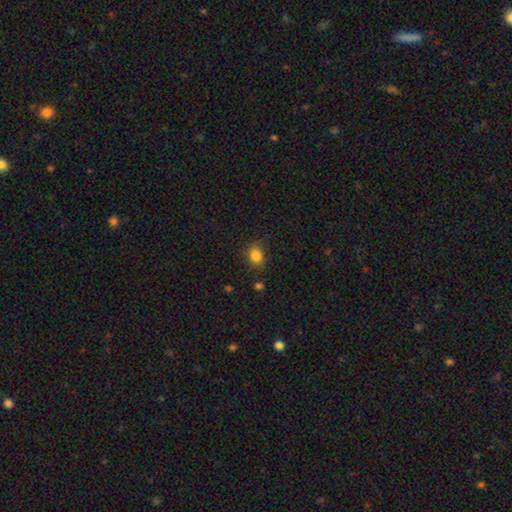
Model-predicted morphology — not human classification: smooth_or_featured: smooth (p=0.84) [alt: star or artifact p=0.11]
how_rounded: in between (p=0.59) [alt: round p=0.40]
merging: none (p=0.79) [alt: minor disturbance p=0.15]